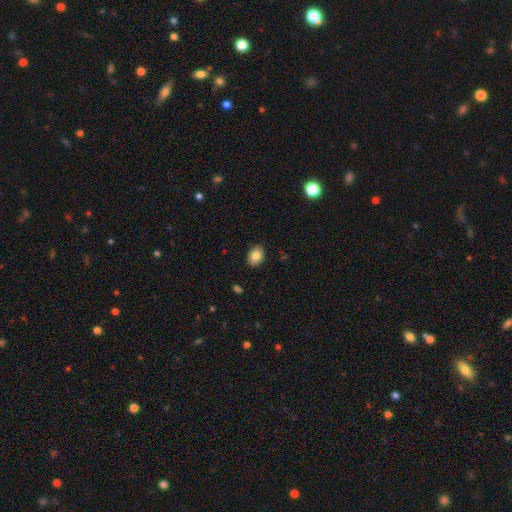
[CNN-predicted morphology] smooth-or-featured: smooth: 83% | star or artifact: 9% | featured or disk: 8%
  how-rounded: in between: 61% | round: 38% | cigar-shaped: 1%
  merging: none: 89% | minor disturbance: 9% | major disturbance: 2% | merger: 1%